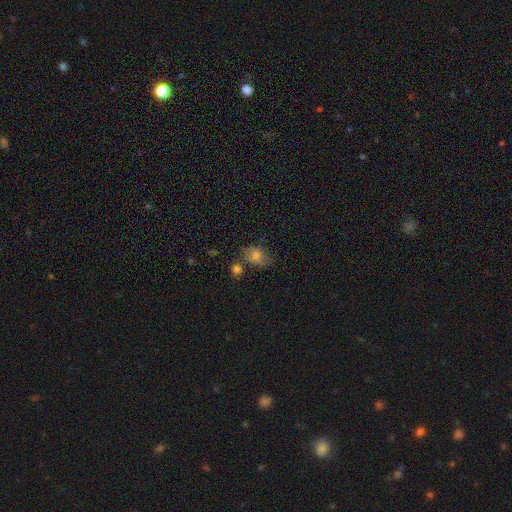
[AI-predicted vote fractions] This appears to be a smooth galaxy with no disk features (64%) that is in between round and cigar-shaped (54%). Merging: none (57%).